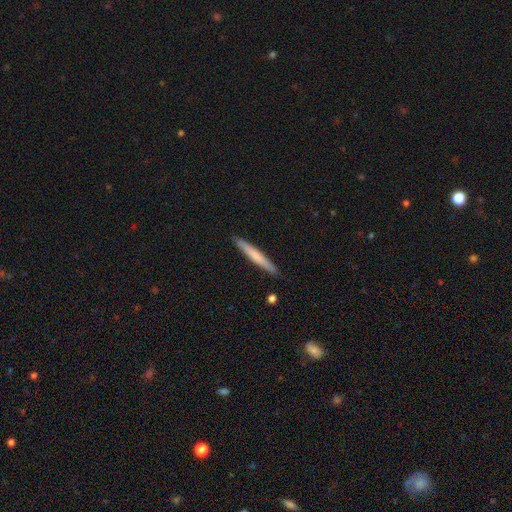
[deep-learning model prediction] Overall: smooth (63%; featured or disk 32%). How rounded: cigar-shaped (96%). Merging: none (91%).